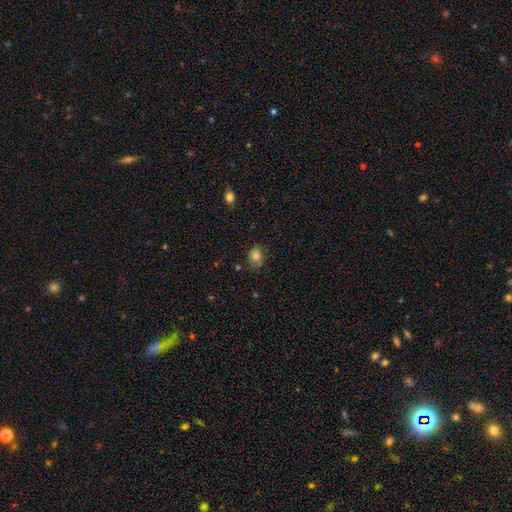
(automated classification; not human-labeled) The model was most divided on "how rounded": round: 50%, in between: 49%, cigar-shaped: 1%. More confident: smooth or featured — smooth (79%); merging — none (65%).